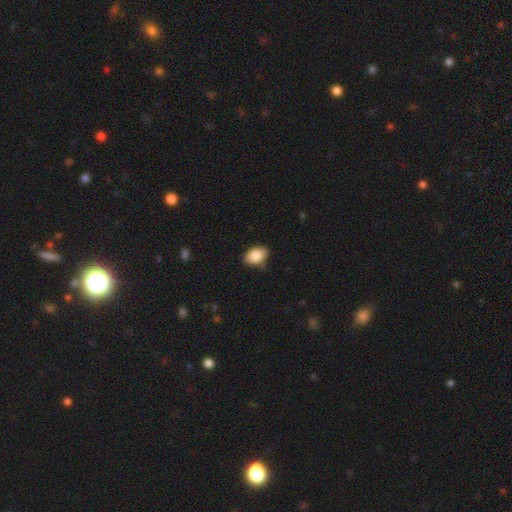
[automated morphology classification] Smooth or featured? Predicted: smooth (p=0.86). How rounded? Predicted: in between (p=0.88). Merging? Predicted: none (p=0.79).